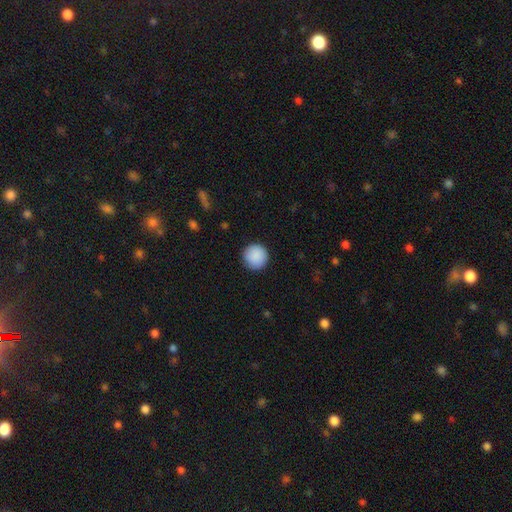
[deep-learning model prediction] Morphology: type=smooth (90%); roundness=round (96%); merging=none (92%).